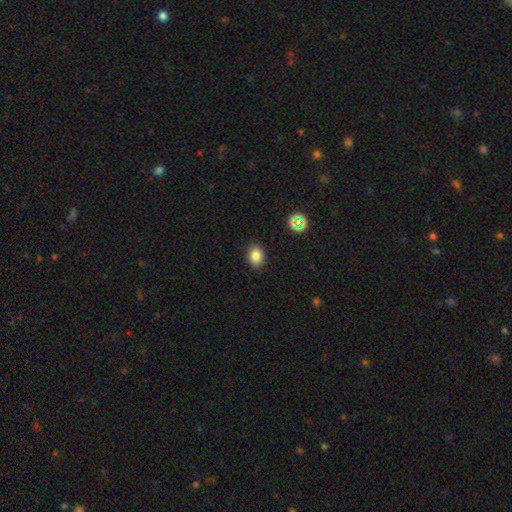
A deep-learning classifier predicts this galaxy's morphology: Overall: smooth (82%). How rounded: in between (57%; round 42%). Merging: none (88%).